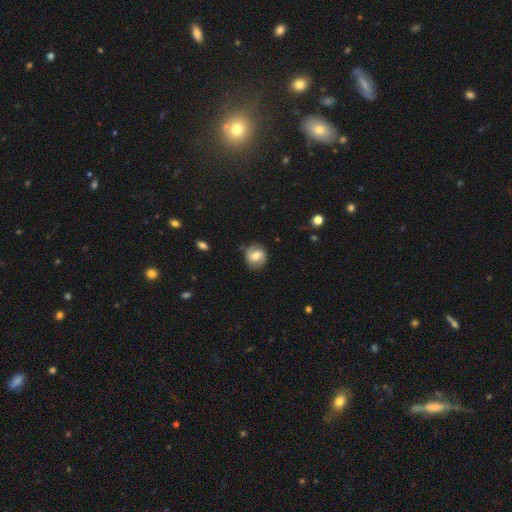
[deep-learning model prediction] Morphology: type=smooth (53%); roundness=round (80%); merging=none (78%).